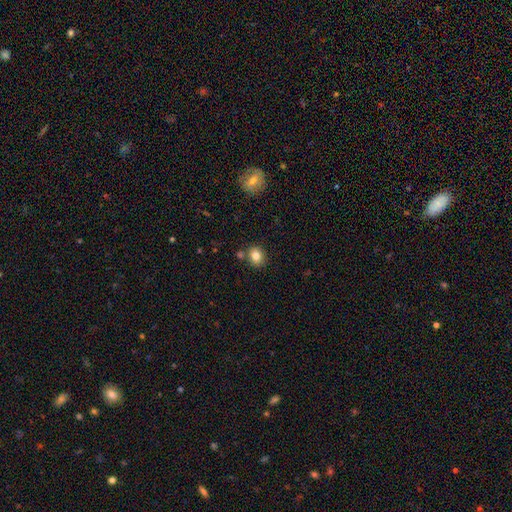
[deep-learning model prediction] smooth_or_featured: smooth (p=0.81) [alt: star or artifact p=0.11]
how_rounded: round (p=0.65) [alt: in between p=0.34]
merging: none (p=0.78) [alt: minor disturbance p=0.10]